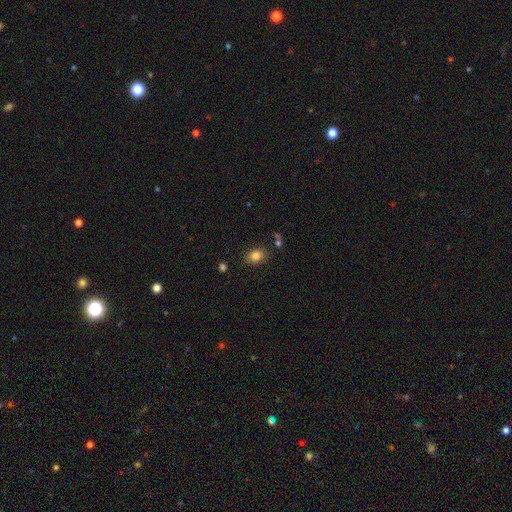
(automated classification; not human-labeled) A smooth galaxy with no disk features (83%) that is in between round and cigar-shaped (68%).

Vote fractions:
- Smooth or featured? smooth: 83% / star or artifact: 10% / featured or disk: 6%
- How rounded? in between: 68% / round: 31% / cigar-shaped: 1%
- Merging? none: 82% / minor disturbance: 11% / merger: 3% / major disturbance: 3%